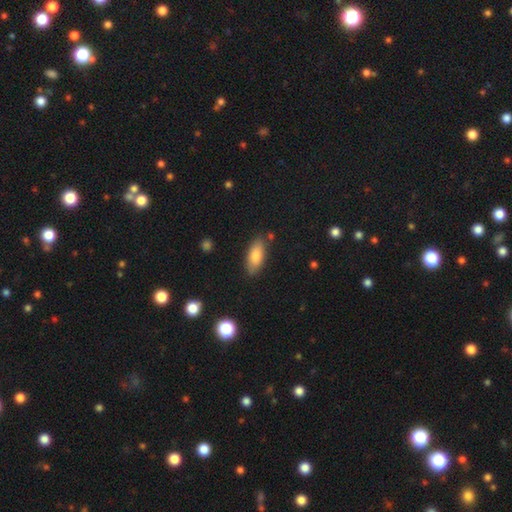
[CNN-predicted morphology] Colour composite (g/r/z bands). It shows a smooth galaxy with no disk features (83%) that is in between round and cigar-shaped (81%). Merging: none (82%).